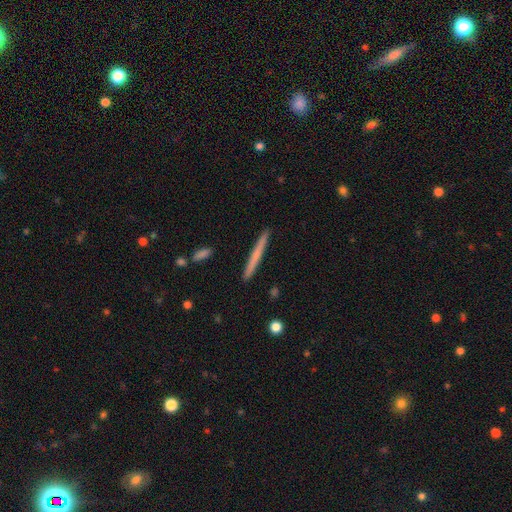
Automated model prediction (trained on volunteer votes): Smooth or featured: smooth — 61% (featured or disk — 34%)
How rounded: cigar-shaped — 97% (in between — 2%)
Merging: none — 92% (minor disturbance — 5%)